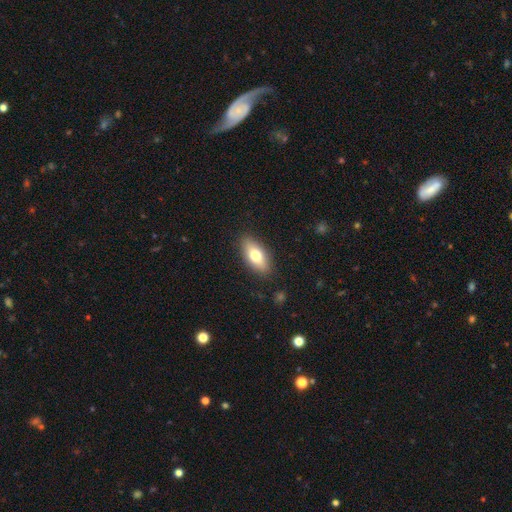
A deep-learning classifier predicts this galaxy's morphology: A smooth galaxy with no disk features (72%) that is in between round and cigar-shaped (85%).

Vote fractions:
- Smooth or featured? smooth: 72% / featured or disk: 21% / star or artifact: 7%
- How rounded? in between: 85% / cigar-shaped: 11% / round: 4%
- Merging? none: 87% / minor disturbance: 10% / major disturbance: 2% / merger: 1%